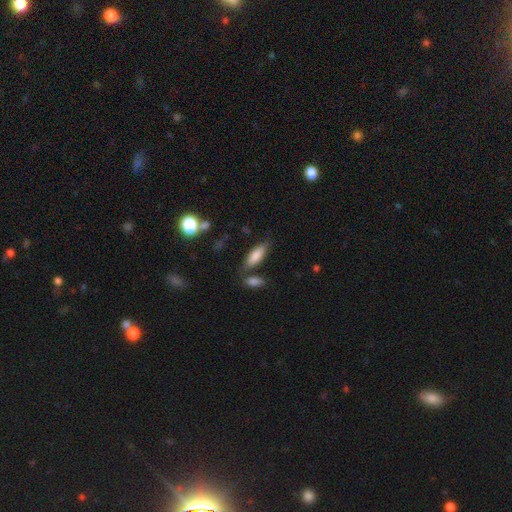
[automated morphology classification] Smooth or featured? smooth (81%)
How rounded? in between (61%)
Merging? none (71%)